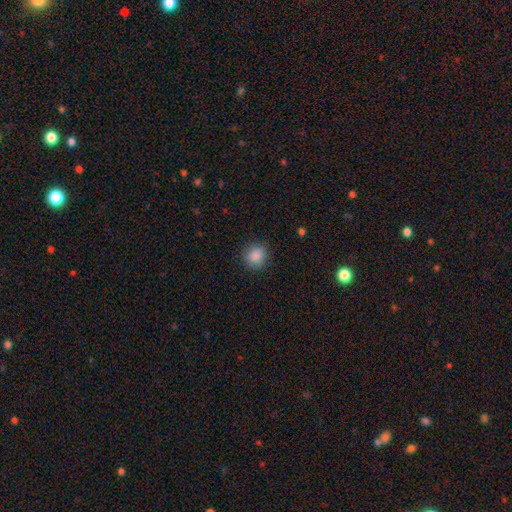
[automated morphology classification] type=smooth (87%); roundness=round (87%); merging=none (89%).